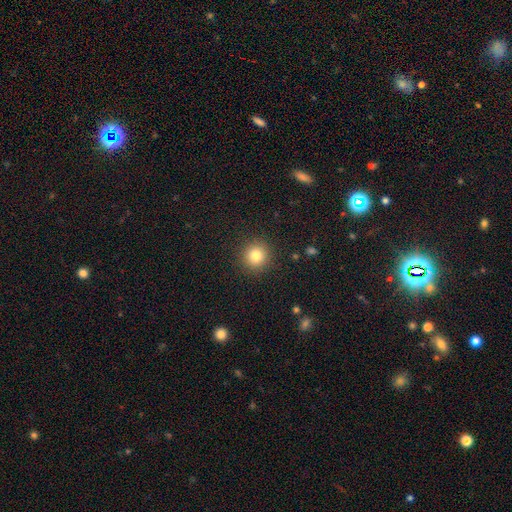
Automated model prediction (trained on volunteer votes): Smooth or featured? smooth (81%)
How rounded? round (93%)
Merging? none (91%)